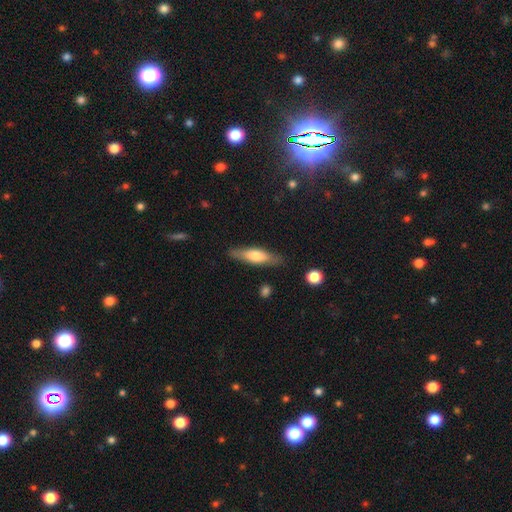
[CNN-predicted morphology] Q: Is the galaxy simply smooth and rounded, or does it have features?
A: smooth — 57%.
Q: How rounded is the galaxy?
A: cigar-shaped — 66%.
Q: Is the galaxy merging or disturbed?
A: none — 84%.